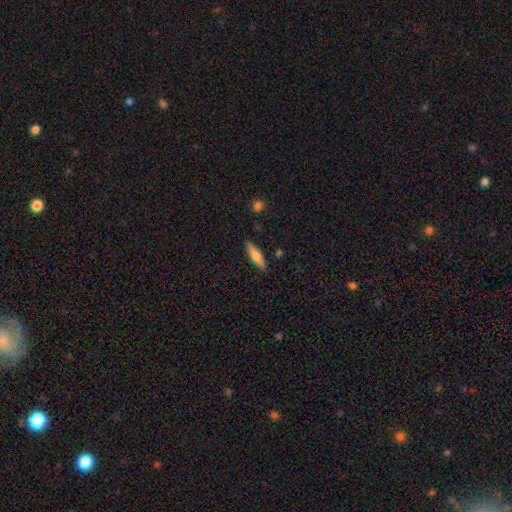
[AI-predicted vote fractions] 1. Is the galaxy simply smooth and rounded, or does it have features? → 69% smooth, 25% featured or disk, 6% star or artifact.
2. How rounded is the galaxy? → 68% cigar-shaped, 30% in between, 2% round.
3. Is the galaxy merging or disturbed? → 87% none, 10% minor disturbance, 2% major disturbance, 2% merger.